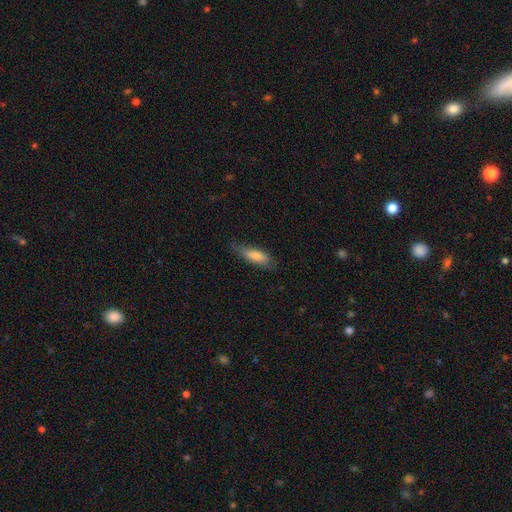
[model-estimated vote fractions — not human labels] This appears to be a smooth galaxy with no disk features (75%) that is in between round and cigar-shaped (52%). Merging: none (69%).